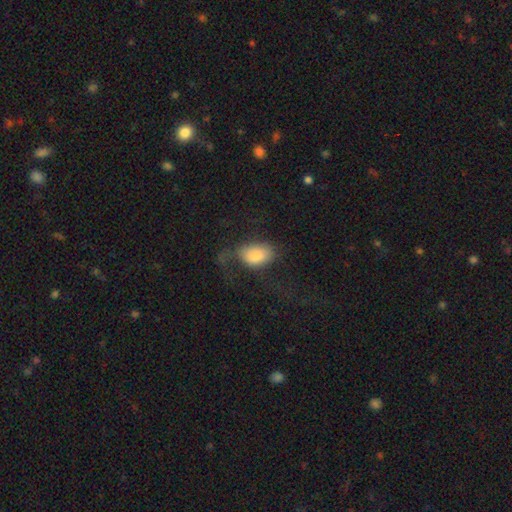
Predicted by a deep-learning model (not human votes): smooth 77%, featured or disk 15%, star or artifact 8%. Down the decision tree: how rounded — in between (91%); merging — major disturbance (41%).